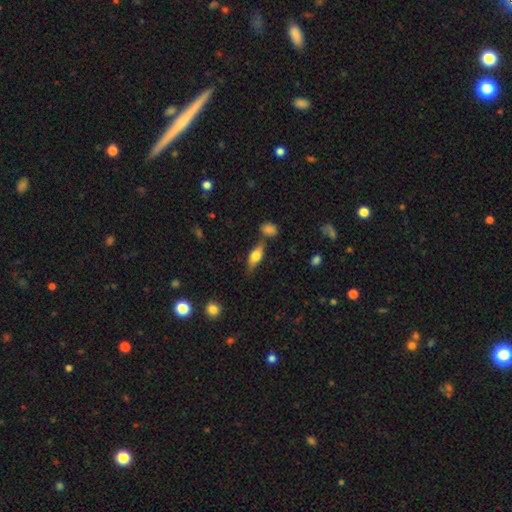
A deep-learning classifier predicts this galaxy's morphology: A smooth galaxy with no disk features (61%) that is in between round and cigar-shaped (72%).

Vote fractions:
- Smooth or featured? smooth: 61% / featured or disk: 32% / star or artifact: 7%
- How rounded? in between: 72% / cigar-shaped: 24% / round: 4%
- Merging? none: 66% / minor disturbance: 18% / merger: 11% / major disturbance: 5%